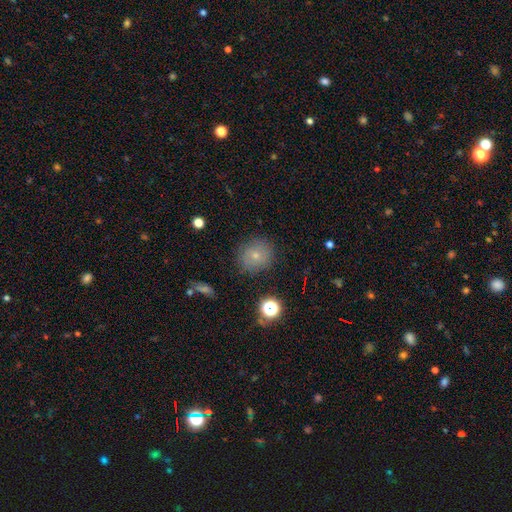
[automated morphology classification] type=smooth (65%); roundness=round (85%); merging=none (84%).